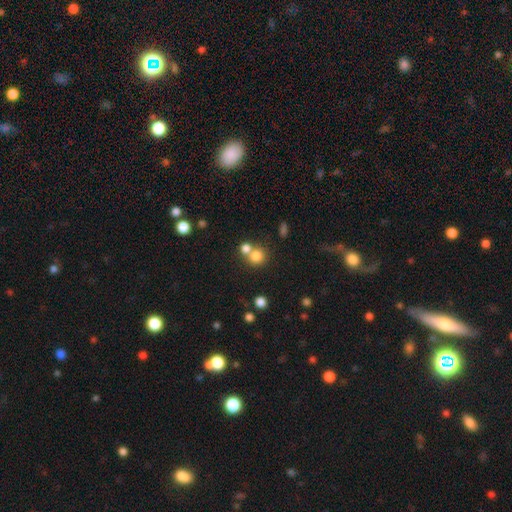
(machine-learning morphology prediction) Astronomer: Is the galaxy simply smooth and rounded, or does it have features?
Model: smooth — 78%.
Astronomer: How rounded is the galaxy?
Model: round — 86%.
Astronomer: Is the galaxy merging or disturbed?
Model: none — 50% (runner-up: merger, 40%).